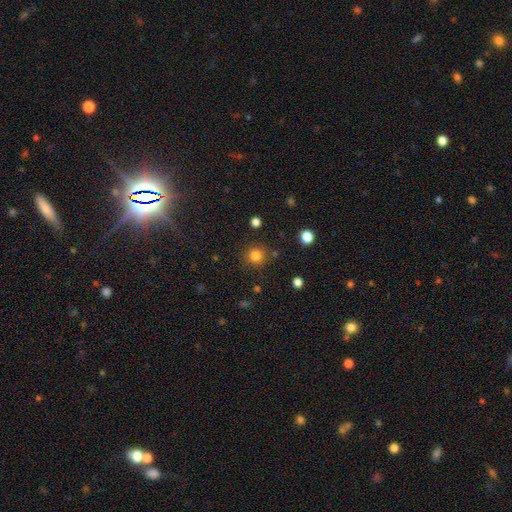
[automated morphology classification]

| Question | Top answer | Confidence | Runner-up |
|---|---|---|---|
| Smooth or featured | smooth | 81% | star or artifact (14%) |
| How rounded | round | 93% | in between (6%) |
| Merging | none | 86% | minor disturbance (8%) |